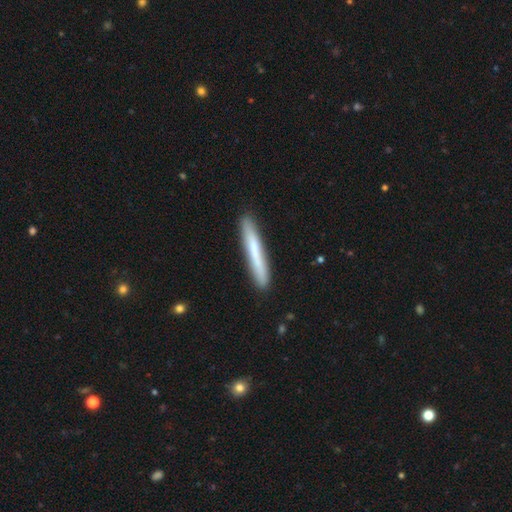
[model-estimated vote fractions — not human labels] Morphology: type=smooth (61%); roundness=cigar-shaped (96%); merging=none (88%).